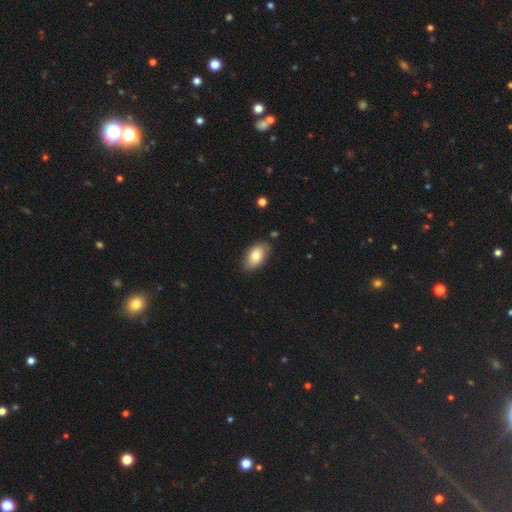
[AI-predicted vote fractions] This appears to be a smooth galaxy with no disk features (78%) that is in between round and cigar-shaped (93%). Merging: none (80%).